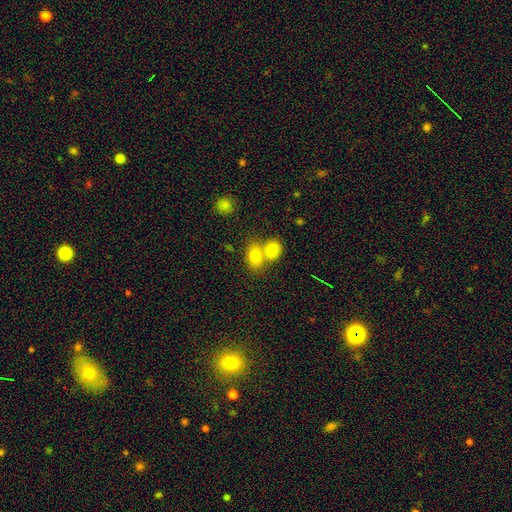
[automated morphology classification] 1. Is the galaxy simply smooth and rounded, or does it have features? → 80% smooth, 10% star or artifact, 10% featured or disk.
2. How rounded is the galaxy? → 67% in between, 32% round, 2% cigar-shaped.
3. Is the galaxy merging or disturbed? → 44% none, 43% merger, 9% minor disturbance, 3% major disturbance.